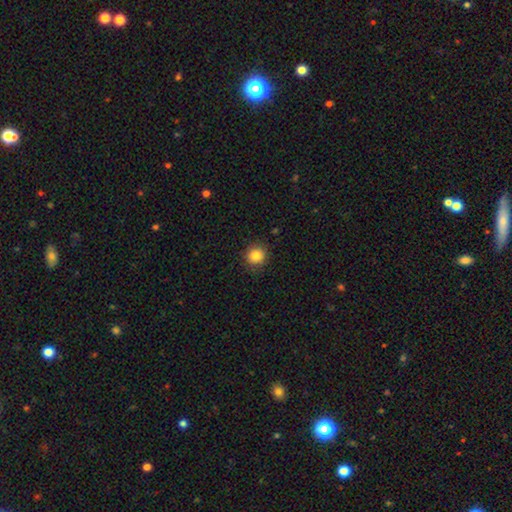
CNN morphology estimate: smooth 85%, star or artifact 10%, featured or disk 5%. Down the decision tree: how rounded — round (89%); merging — none (88%).